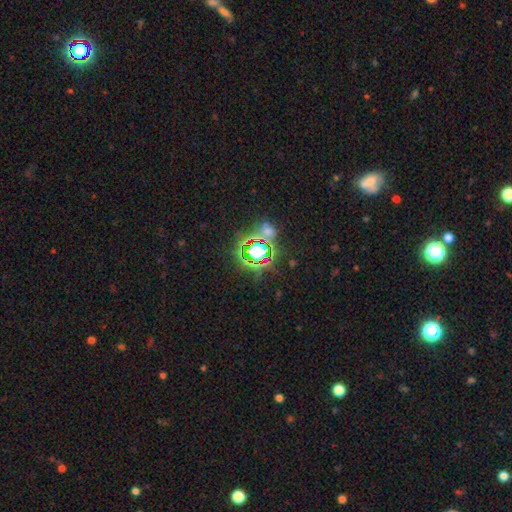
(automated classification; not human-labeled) This appears to be a star or artifact, not a galaxy (79%).